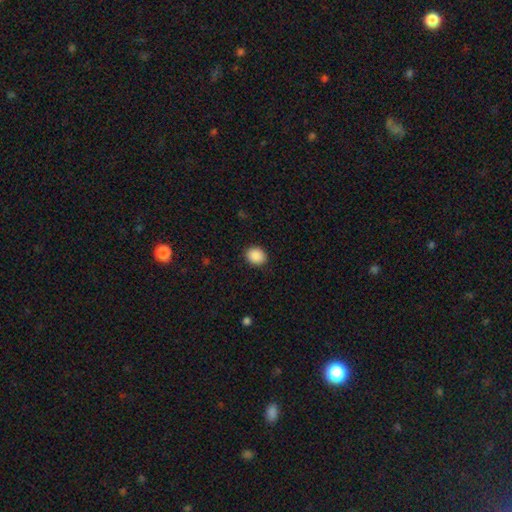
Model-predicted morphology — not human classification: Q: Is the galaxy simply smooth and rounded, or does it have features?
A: smooth — 90%.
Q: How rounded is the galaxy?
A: round — 58%.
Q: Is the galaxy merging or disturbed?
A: none — 89%.